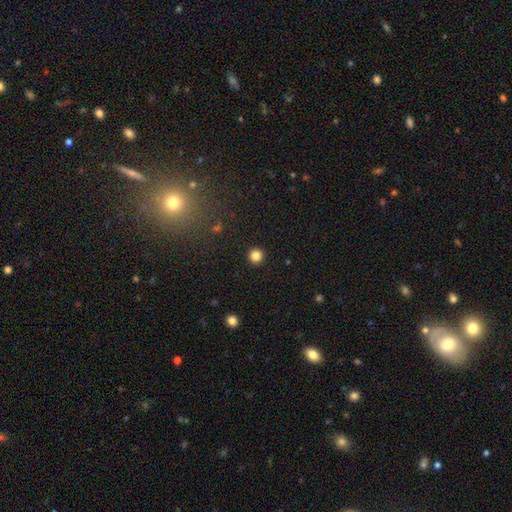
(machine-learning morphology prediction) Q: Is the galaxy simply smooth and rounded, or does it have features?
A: smooth — 84%.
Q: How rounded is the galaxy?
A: round — 96%.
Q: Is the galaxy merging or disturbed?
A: none — 93%.